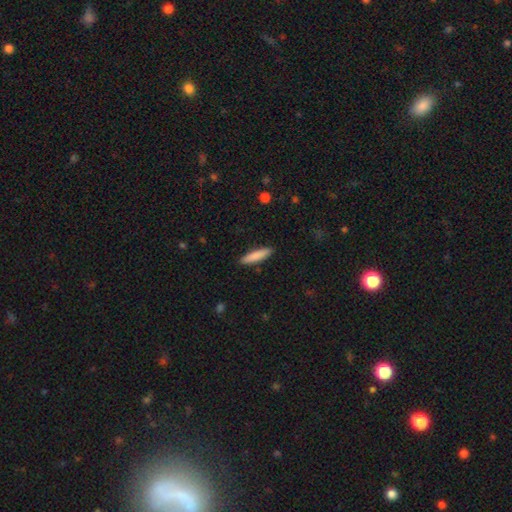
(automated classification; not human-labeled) smooth_or_featured: smooth (p=0.85) [alt: featured or disk p=0.09]
how_rounded: cigar-shaped (p=0.81) [alt: in between p=0.18]
merging: none (p=0.90) [alt: minor disturbance p=0.07]